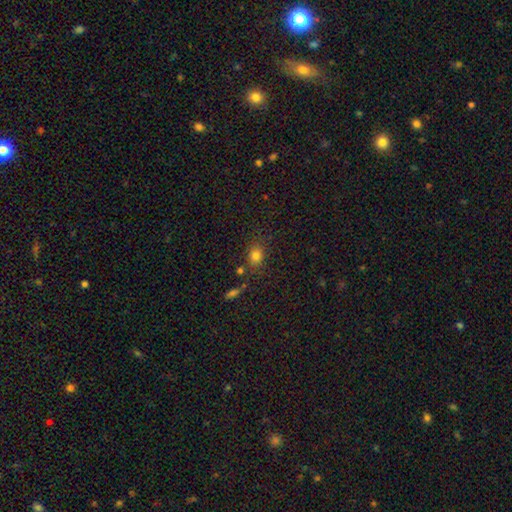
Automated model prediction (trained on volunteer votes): Smooth or featured: smooth — 79% (star or artifact — 14%)
How rounded: round — 53% (in between — 45%)
Merging: none — 74% (minor disturbance — 14%)